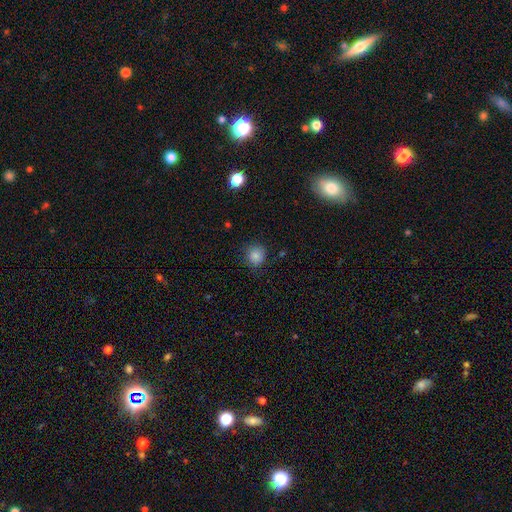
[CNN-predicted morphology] Smooth or featured? Predicted: smooth (p=0.85). How rounded? Predicted: round (p=0.89). Merging? Predicted: none (p=0.84).